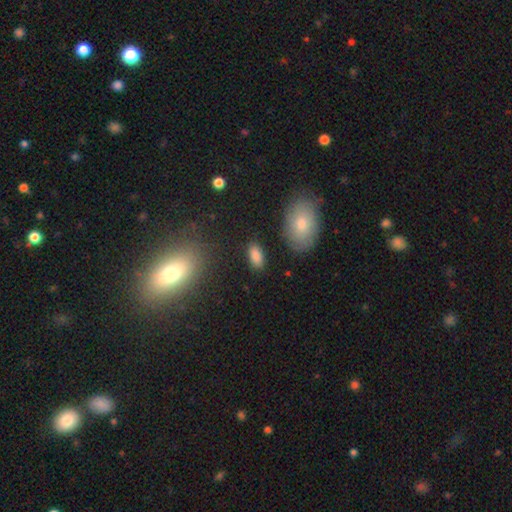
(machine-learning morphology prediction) A smooth galaxy with no disk features (86%) that is in between round and cigar-shaped (92%).

Vote fractions:
- Smooth or featured? smooth: 86% / star or artifact: 8% / featured or disk: 6%
- How rounded? in between: 92% / cigar-shaped: 5% / round: 3%
- Merging? none: 85% / minor disturbance: 10% / major disturbance: 3% / merger: 2%